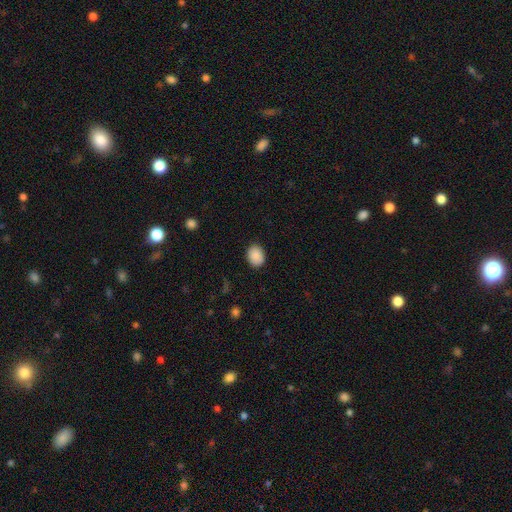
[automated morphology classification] Smooth or featured?
  - smooth: 89% *
  - star or artifact: 7%
  - featured or disk: 3%
How rounded?
  - in between: 58% *
  - round: 41%
  - cigar-shaped: 1%
Merging?
  - none: 88% *
  - minor disturbance: 9%
  - major disturbance: 2%
  - merger: 1%